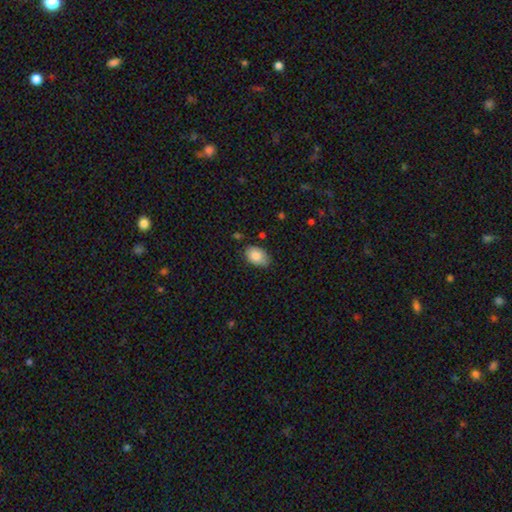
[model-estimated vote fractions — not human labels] Smooth or featured?
  - smooth: 84% *
  - featured or disk: 9%
  - star or artifact: 7%
How rounded?
  - in between: 89% *
  - round: 10%
  - cigar-shaped: 1%
Merging?
  - none: 72% *
  - minor disturbance: 22%
  - major disturbance: 3%
  - merger: 2%